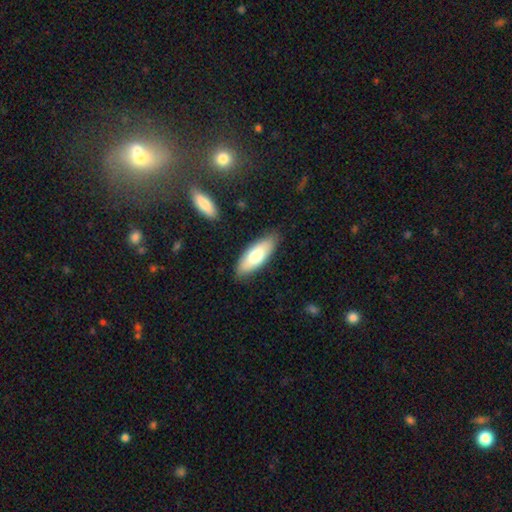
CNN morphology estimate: Q: Smooth or featured?
A: smooth (71%); runner-up: featured or disk (23%)
Q: How rounded?
A: in between (73%); runner-up: cigar-shaped (25%)
Q: Merging?
A: none (85%); runner-up: minor disturbance (11%)